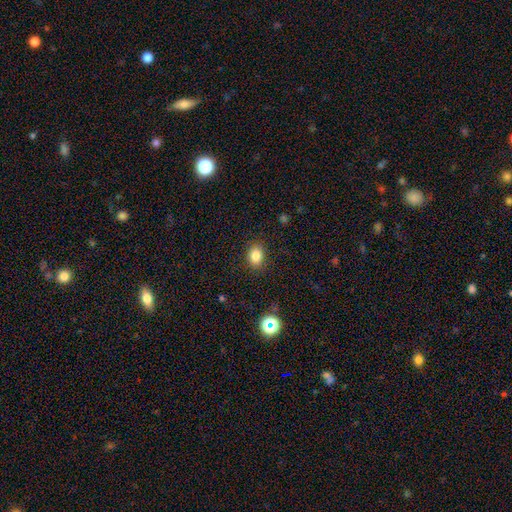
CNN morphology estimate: Smooth or featured? Predicted: smooth (p=0.82). How rounded? Predicted: in between (p=0.61). Merging? Predicted: none (p=0.88).